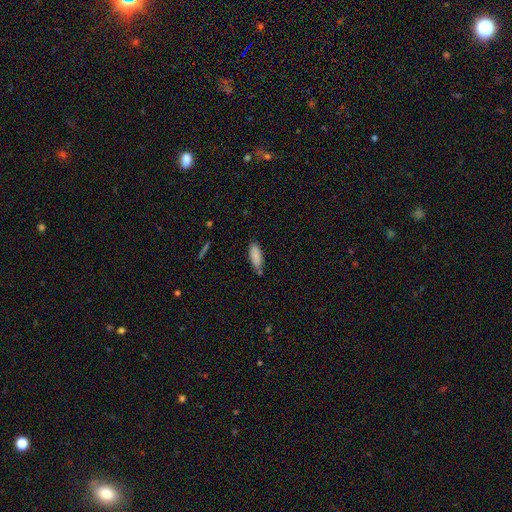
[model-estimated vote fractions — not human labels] Q: Smooth or featured?
A: smooth (87%); runner-up: star or artifact (7%)
Q: How rounded?
A: in between (68%); runner-up: cigar-shaped (30%)
Q: Merging?
A: none (70%); runner-up: minor disturbance (20%)